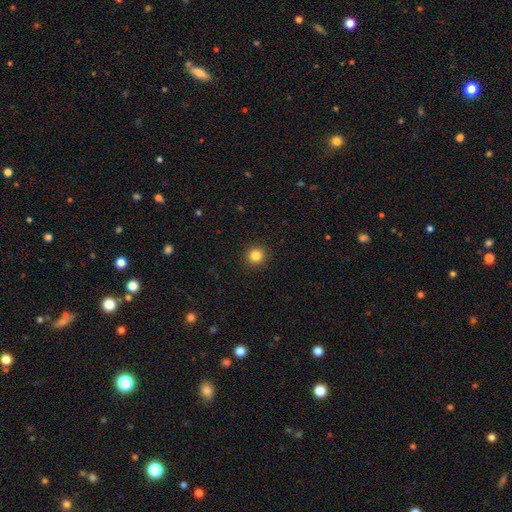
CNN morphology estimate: A smooth galaxy with no disk features (83%) that is round (94%). Merging: none (93%).